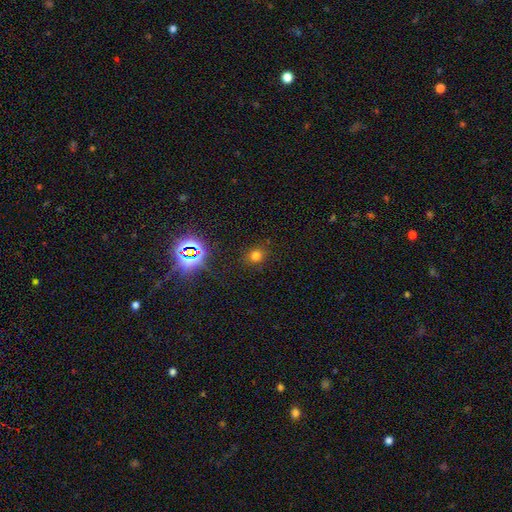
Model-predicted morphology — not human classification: smooth-or-featured: smooth: 70% | star or artifact: 24% | featured or disk: 6%
  how-rounded: round: 76% | in between: 23% | cigar-shaped: 1%
  merging: none: 85% | minor disturbance: 10% | major disturbance: 4% | merger: 2%